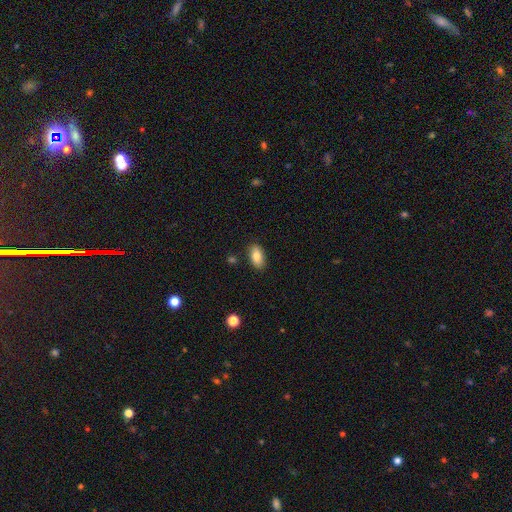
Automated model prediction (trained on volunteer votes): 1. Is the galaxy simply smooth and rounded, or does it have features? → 82% smooth, 11% featured or disk, 7% star or artifact.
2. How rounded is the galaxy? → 92% in between, 4% round, 4% cigar-shaped.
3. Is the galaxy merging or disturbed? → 87% none, 9% minor disturbance, 2% major disturbance, 2% merger.